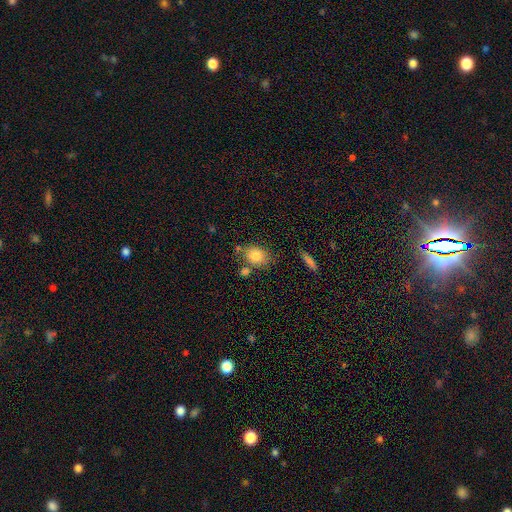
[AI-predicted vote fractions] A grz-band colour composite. It shows a smooth galaxy with no disk features (80%) that is in between round and cigar-shaped (55%). Merging: none (66%).